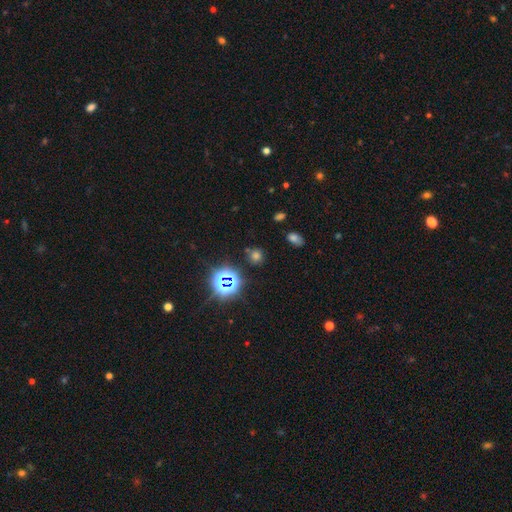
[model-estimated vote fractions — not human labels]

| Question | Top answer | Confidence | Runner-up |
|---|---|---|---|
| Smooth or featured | smooth | 52% | star or artifact (41%) |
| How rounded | round | 78% | in between (21%) |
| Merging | none | 79% | minor disturbance (11%) |